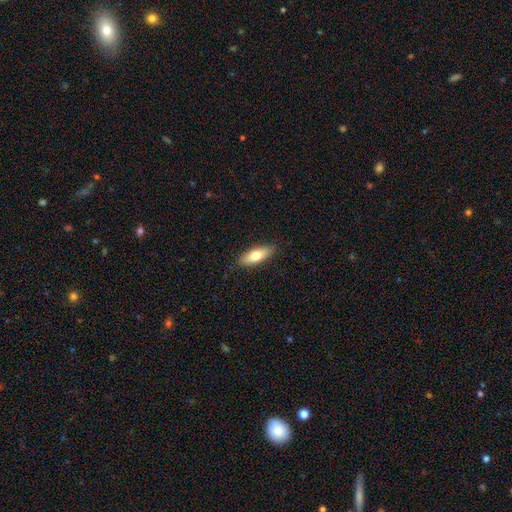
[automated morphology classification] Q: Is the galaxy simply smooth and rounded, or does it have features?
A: smooth — 72%.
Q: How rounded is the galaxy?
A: in between — 61%.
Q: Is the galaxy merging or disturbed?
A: none — 86%.